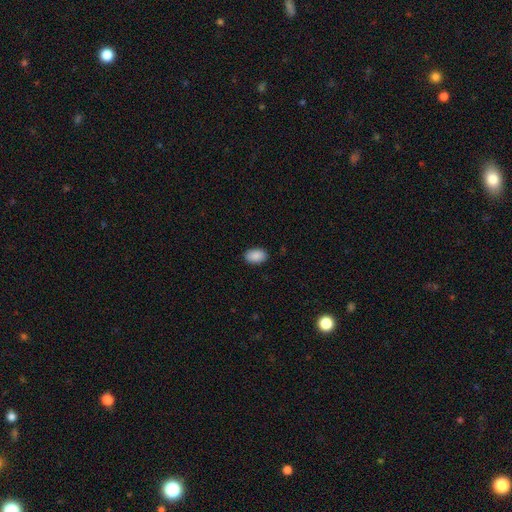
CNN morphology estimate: A smooth galaxy with no disk features (90%) that is in between round and cigar-shaped (91%).

Vote fractions:
- Smooth or featured? smooth: 90% / star or artifact: 7% / featured or disk: 3%
- How rounded? in between: 91% / round: 7% / cigar-shaped: 1%
- Merging? none: 89% / minor disturbance: 9% / major disturbance: 2% / merger: 1%